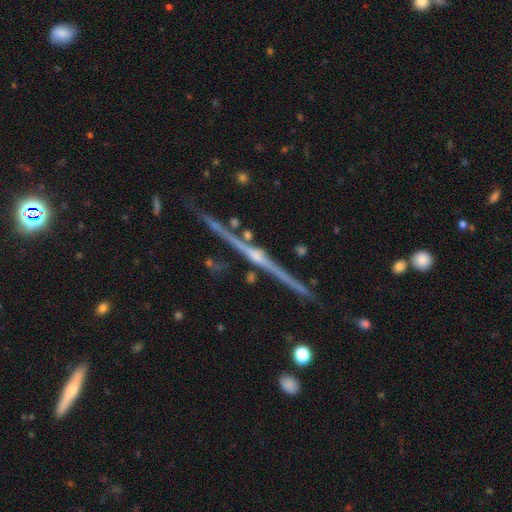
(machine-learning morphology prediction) smooth-or-featured: featured or disk: 84% | star or artifact: 9% | smooth: 7%
  disk-edge-on: yes: 98% | no: 2%
    edge-on-bulge: rounded: 75% | none: 17% | boxy: 8%
  merging: none: 88% | minor disturbance: 8% | merger: 2% | major disturbance: 2%